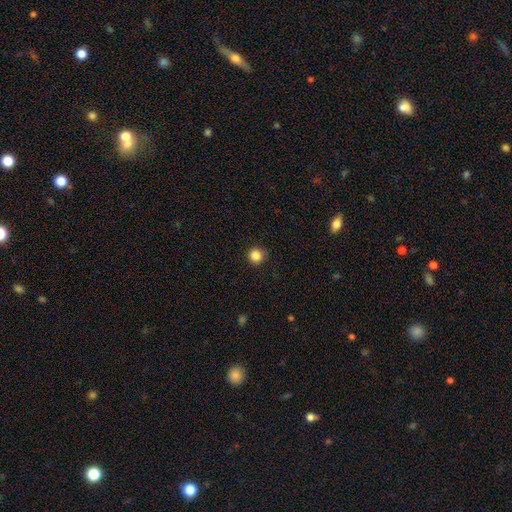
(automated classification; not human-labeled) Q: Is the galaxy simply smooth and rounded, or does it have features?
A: smooth — 85%.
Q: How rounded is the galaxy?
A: round — 94%.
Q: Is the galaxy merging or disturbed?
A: none — 90%.